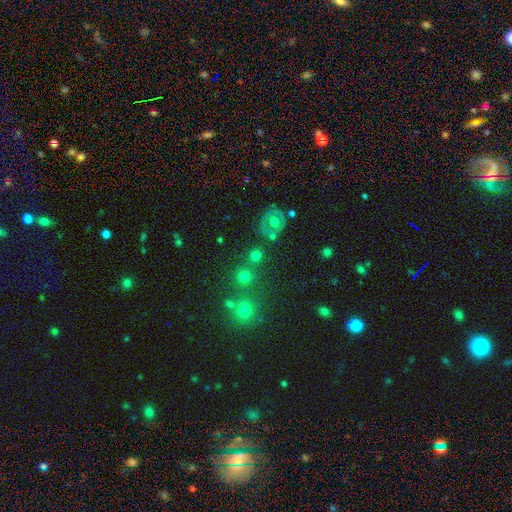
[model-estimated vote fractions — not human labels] Smooth or featured?
  - smooth: 70% *
  - star or artifact: 16%
  - featured or disk: 14%
How rounded?
  - round: 89% *
  - in between: 10%
  - cigar-shaped: 1%
Merging?
  - none: 72% *
  - merger: 16%
  - minor disturbance: 9%
  - major disturbance: 4%